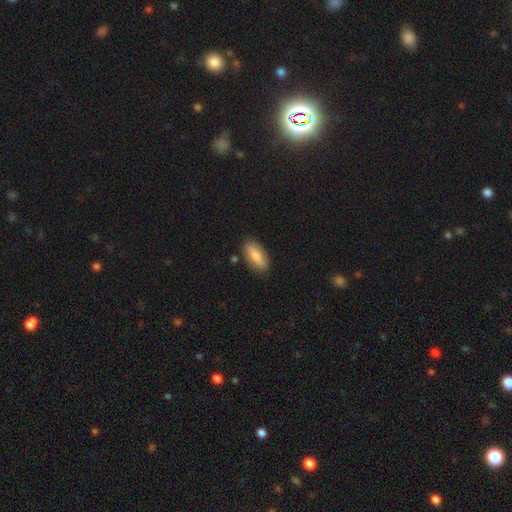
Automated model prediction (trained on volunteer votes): Morphology: type=smooth (75%); roundness=in between (79%); merging=none (83%).